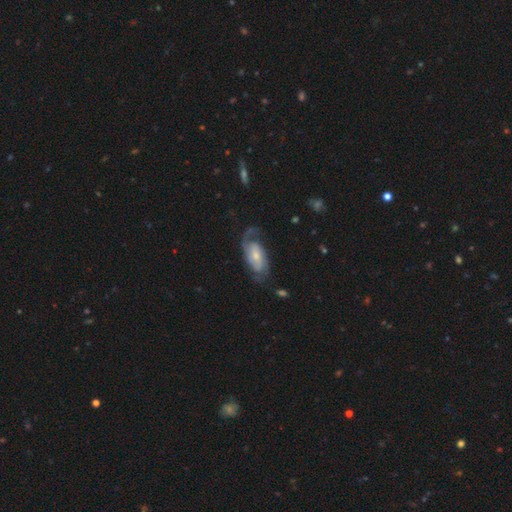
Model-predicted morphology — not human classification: smooth_or_featured: featured or disk (p=0.77) [alt: smooth p=0.18]
disk_edge_on: no (p=0.95) [alt: yes p=0.05]
bar: no (p=0.50) [alt: weak p=0.38]
has_spiral_arms: yes (p=0.93) [alt: no p=0.07]
spiral_winding: medium (p=0.42) [alt: tight p=0.34]
spiral_arm_count: 2 (p=0.71) [alt: can't tell p=0.12]
bulge_size: small (p=0.54) [alt: moderate p=0.35]
merging: none (p=0.60) [alt: minor disturbance p=0.20]